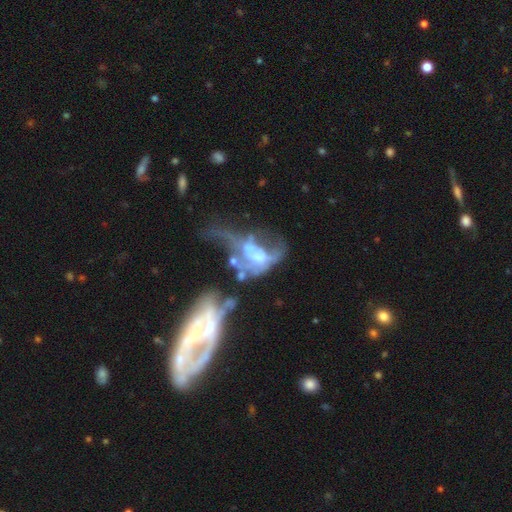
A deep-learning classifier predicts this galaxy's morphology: Smooth or featured? Predicted: featured or disk (p=0.65). Edge-on disk? Predicted: no (p=0.95). Bar? Predicted: no (p=0.71). Spiral arms? Predicted: no (p=0.71). Bulge size? Predicted: none (p=0.35). Merging? Predicted: major disturbance (p=0.42).